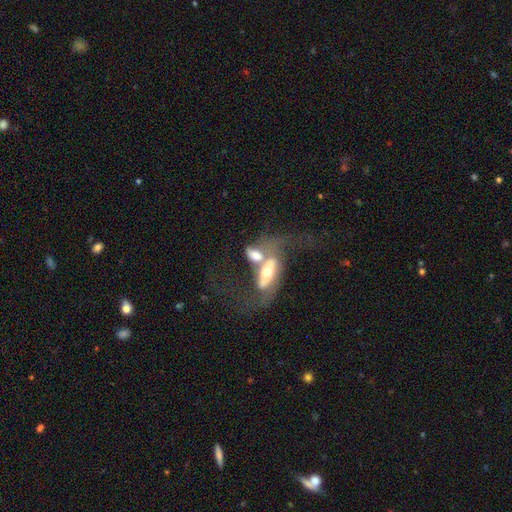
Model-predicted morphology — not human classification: Smooth or featured? featured or disk (54%)
Edge-on disk? no (74%)
Merging? merger (68%)